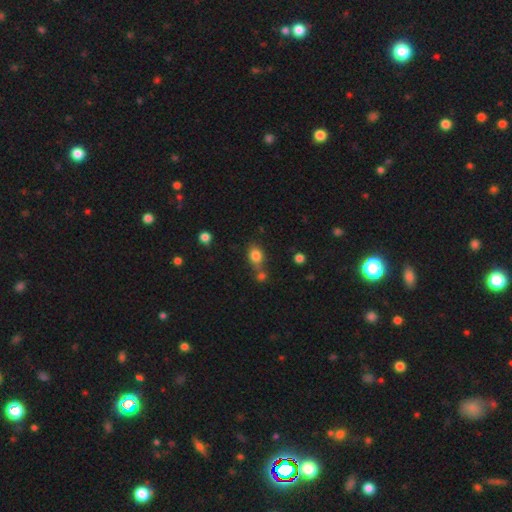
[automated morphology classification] This appears to be a smooth galaxy with no disk features (82%) that is in between round and cigar-shaped (56%). Merging: none (54%).